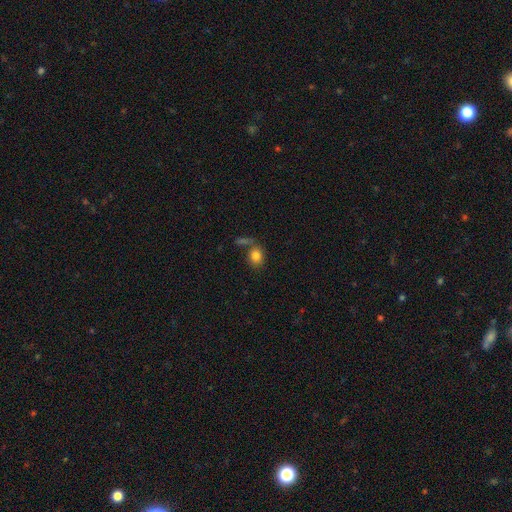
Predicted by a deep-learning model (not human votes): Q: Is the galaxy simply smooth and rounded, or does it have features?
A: smooth — 81%.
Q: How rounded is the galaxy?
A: round — 61%.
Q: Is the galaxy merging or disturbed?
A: none — 59%.